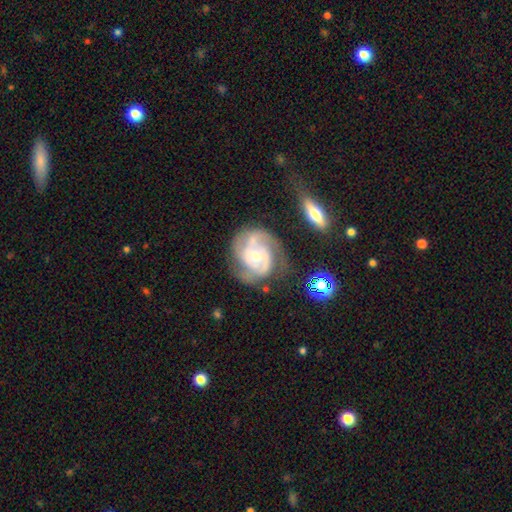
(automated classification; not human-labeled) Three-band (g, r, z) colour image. It shows a featured or disk galaxy (88%) with no bar (64%), 2 (50%) tight (50%) spiral arms (97%) and a moderate central bulge (48%). Merging: none (61%).